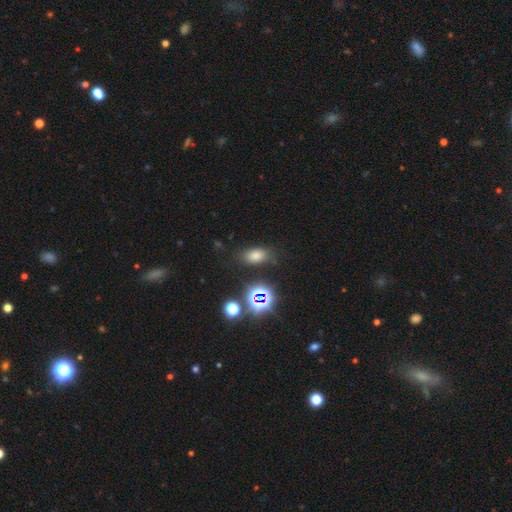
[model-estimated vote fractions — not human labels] smooth_or_featured: smooth (p=0.70) [alt: star or artifact p=0.21]
how_rounded: in between (p=0.84) [alt: round p=0.13]
merging: none (p=0.79) [alt: minor disturbance p=0.13]